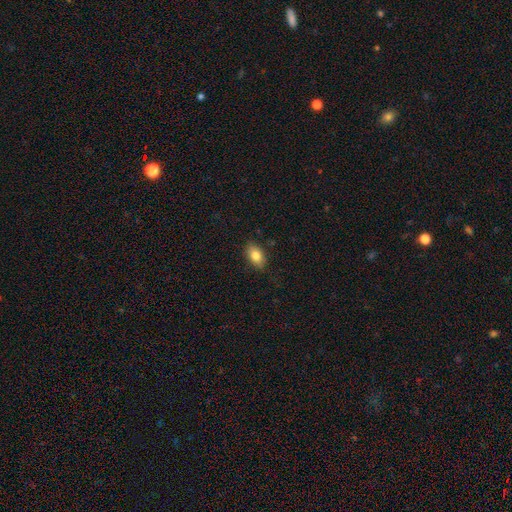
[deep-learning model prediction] Smooth or featured? Predicted: smooth (p=0.81). How rounded? Predicted: in between (p=0.88). Merging? Predicted: none (p=0.85).